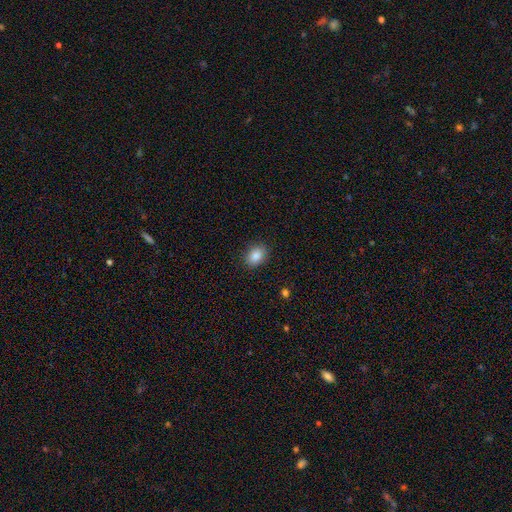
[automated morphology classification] type=smooth (86%); roundness=in between (70%); merging=none (88%).